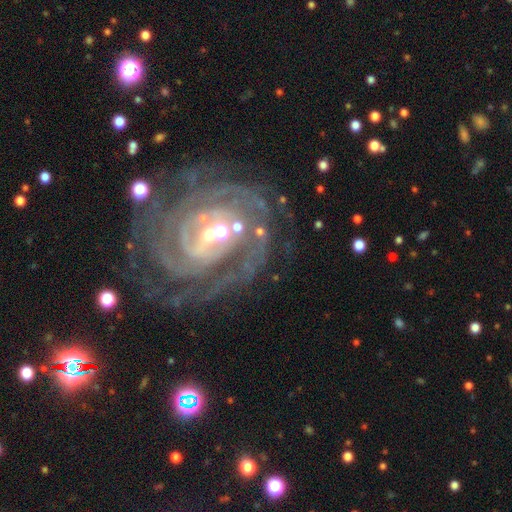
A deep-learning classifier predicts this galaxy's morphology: Smooth or featured?
  - featured or disk: 88% *
  - star or artifact: 8%
  - smooth: 4%
Edge-on disk?
  - no: 96% *
  - yes: 4%
Bar?
  - strong: 49% *
  - weak: 34%
  - no: 16%
Spiral arms?
  - yes: 98% *
  - no: 2%
Spiral winding?
  - tight: 80% *
  - medium: 18%
  - loose: 3%
Spiral arm count?
  - can't tell: 22% *
  - 2: 19%
  - 3: 19%
  - 4: 19%
  - more than 4: 14%
  - 1: 8%
Bulge size?
  - small: 51% *
  - moderate: 40%
  - large: 5%
  - none: 3%
  - dominant: 1%
Merging?
  - none: 75% *
  - minor disturbance: 14%
  - major disturbance: 8%
  - merger: 3%